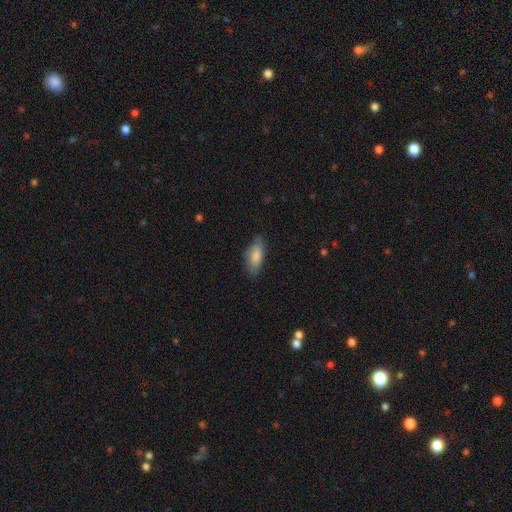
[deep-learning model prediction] Smooth or featured? Predicted: smooth (p=0.80). How rounded? Predicted: in between (p=0.83). Merging? Predicted: none (p=0.68).